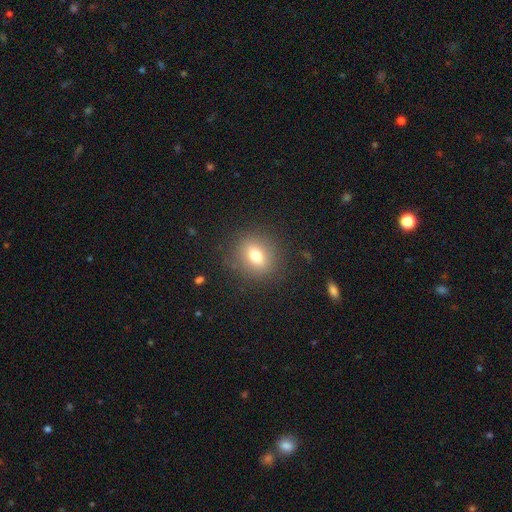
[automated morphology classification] A smooth galaxy with no disk features (73%) that is round (68%).

Vote fractions:
- Smooth or featured? smooth: 73% / featured or disk: 15% / star or artifact: 12%
- How rounded? round: 68% / in between: 30% / cigar-shaped: 2%
- Merging? none: 86% / minor disturbance: 9% / major disturbance: 4% / merger: 1%